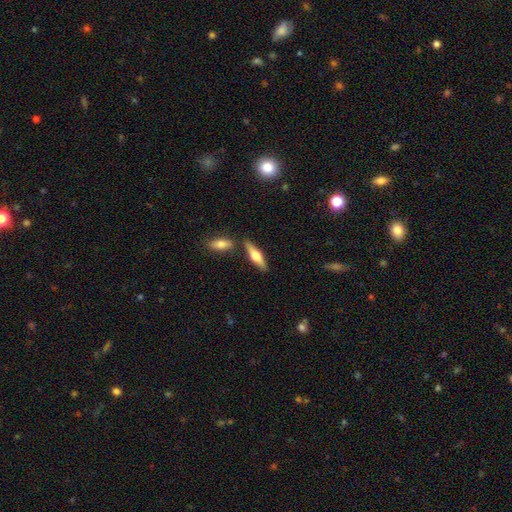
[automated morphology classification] A smooth galaxy with no disk features (48%). Merging: none (78%).